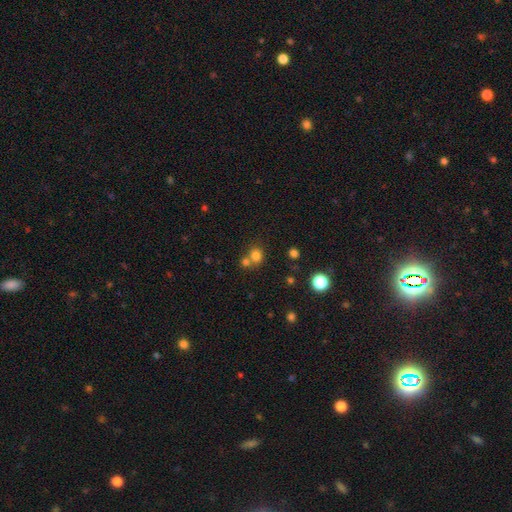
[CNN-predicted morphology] This is likely a smooth galaxy (76%). How rounded: clearly round (81%). Merging: possibly none (53%).